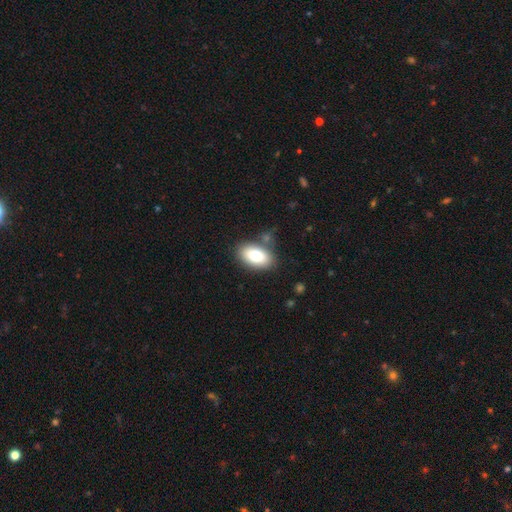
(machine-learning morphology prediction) This appears to be a smooth galaxy with no disk features (78%) that is in between round and cigar-shaped (92%). Merging: none (80%).